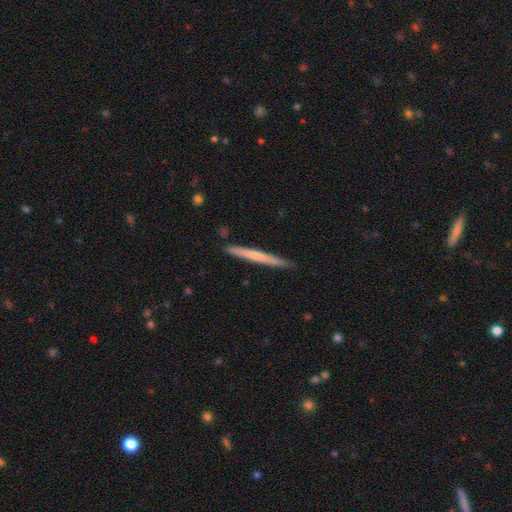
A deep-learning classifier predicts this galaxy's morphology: Q: Smooth or featured?
A: smooth (57%); runner-up: featured or disk (38%)
Q: How rounded?
A: cigar-shaped (97%); runner-up: in between (2%)
Q: Merging?
A: none (89%); runner-up: minor disturbance (8%)